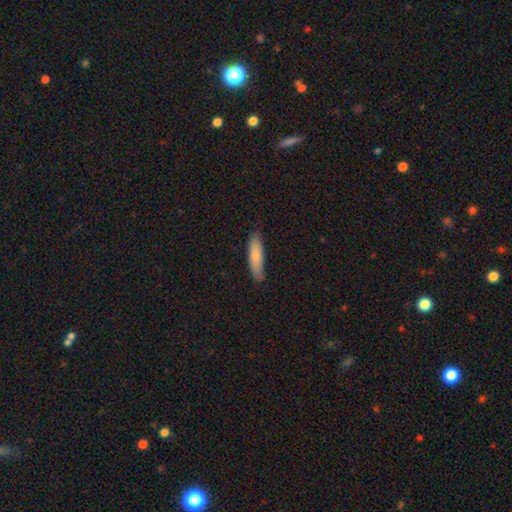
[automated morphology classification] Smooth or featured? smooth (77%)
How rounded? cigar-shaped (66%)
Merging? none (79%)